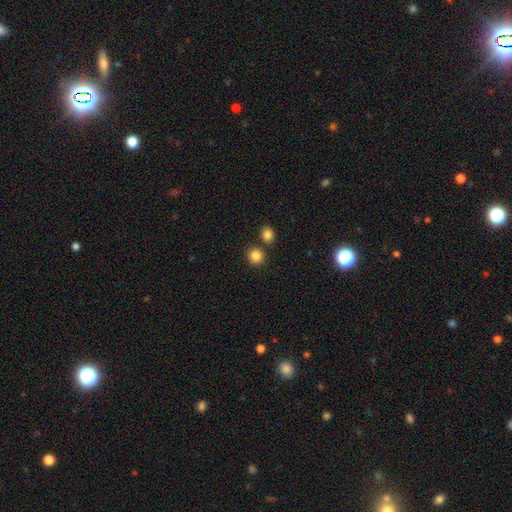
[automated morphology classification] This is clearly a smooth galaxy (85%). How rounded: clearly round (89%). Merging: likely none (79%).